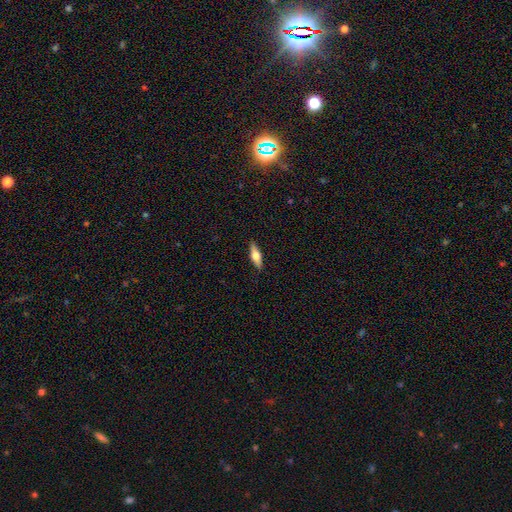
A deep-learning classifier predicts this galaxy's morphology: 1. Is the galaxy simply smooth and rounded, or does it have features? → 53% smooth, 41% featured or disk, 6% star or artifact.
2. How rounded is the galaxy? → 52% in between, 46% cigar-shaped, 3% round.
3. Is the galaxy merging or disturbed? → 89% none, 9% minor disturbance, 2% major disturbance, 1% merger.